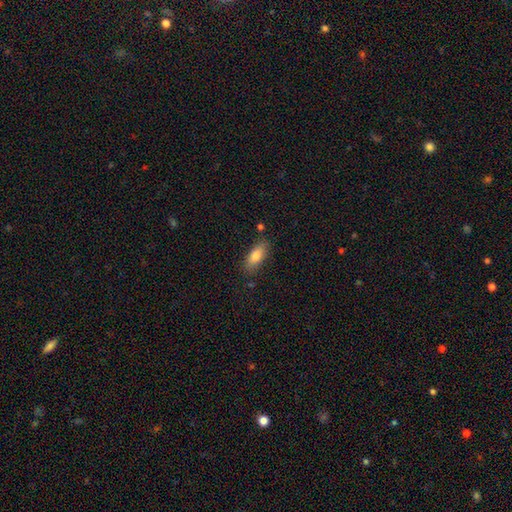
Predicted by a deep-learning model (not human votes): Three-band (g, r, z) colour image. It shows a smooth galaxy with no disk features (79%) that is in between round and cigar-shaped (78%). Merging: none (79%).